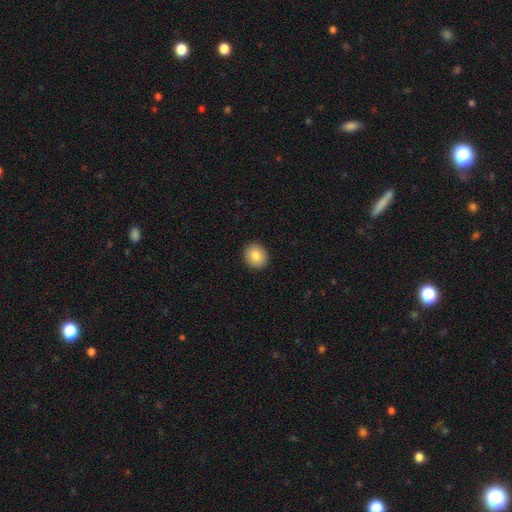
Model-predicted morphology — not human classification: This appears to be a smooth galaxy with no disk features (84%) that is round (80%). Merging: none (92%).